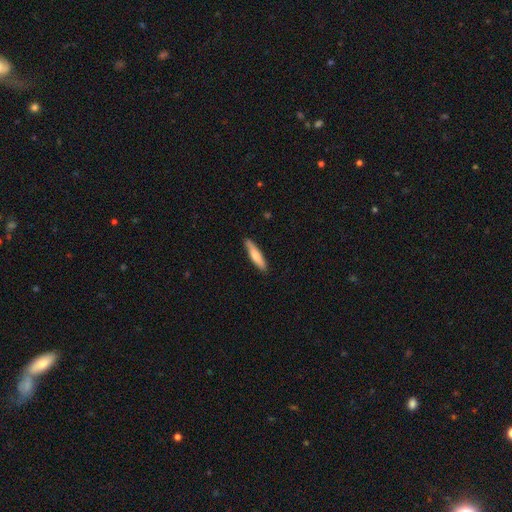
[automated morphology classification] The model was most divided on "smooth or featured": smooth: 69%, featured or disk: 26%, star or artifact: 5%. More confident: merging — none (86%); how rounded — cigar-shaped (84%).